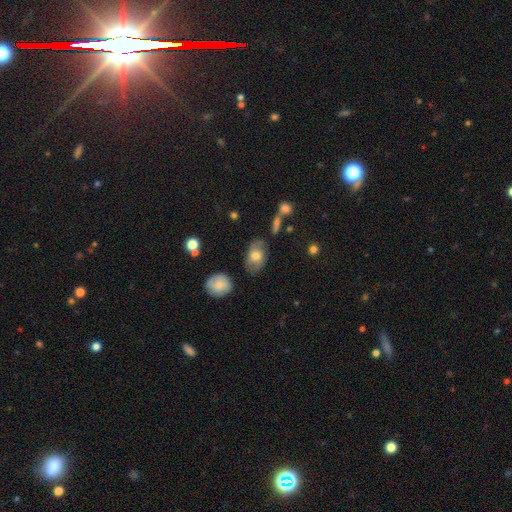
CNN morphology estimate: Q: Smooth or featured?
A: smooth (64%); runner-up: featured or disk (28%)
Q: How rounded?
A: in between (87%); runner-up: round (11%)
Q: Merging?
A: none (68%); runner-up: minor disturbance (21%)